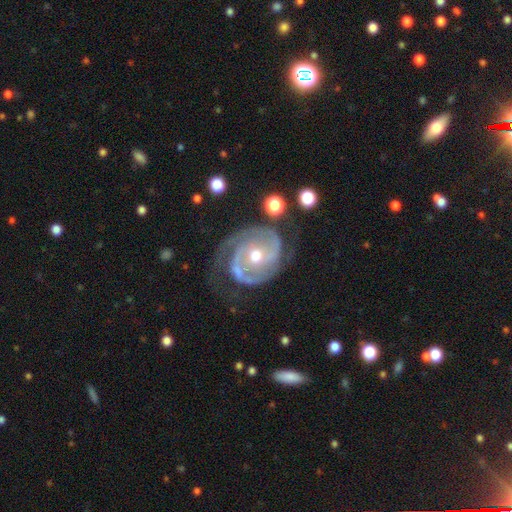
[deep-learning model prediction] smooth-or-featured: featured or disk: 92% | star or artifact: 4% | smooth: 4%
  disk-edge-on: no: 98% | yes: 2%
    bar: no: 56% | weak: 30% | strong: 14%
    has-spiral-arms: yes: 98% | no: 2%
      spiral-winding: tight: 58% | medium: 36% | loose: 6%
      spiral-arm-count: 2: 68% | 3: 18% | can't tell: 6% | 1: 3% | 4: 3% | more than 4: 3%
    bulge-size: moderate: 68% | small: 27% | large: 3% | none: 1% | dominant: 1%
  merging: none: 68% | minor disturbance: 20% | major disturbance: 9% | merger: 3%